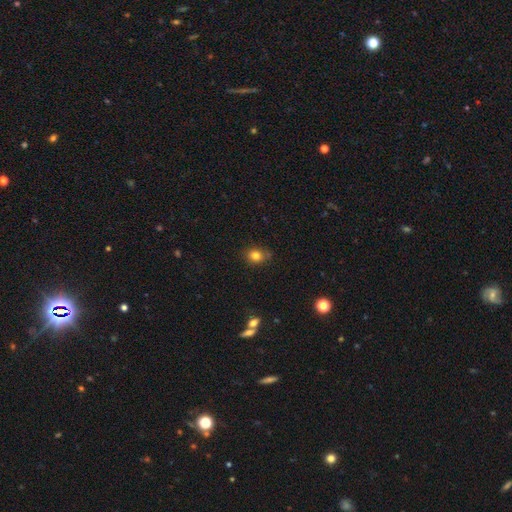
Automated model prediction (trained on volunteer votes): A smooth galaxy with no disk features (81%) that is round (58%).

Vote fractions:
- Smooth or featured? smooth: 81% / star or artifact: 12% / featured or disk: 7%
- How rounded? round: 58% / in between: 41% / cigar-shaped: 1%
- Merging? none: 77% / minor disturbance: 17% / major disturbance: 3% / merger: 2%